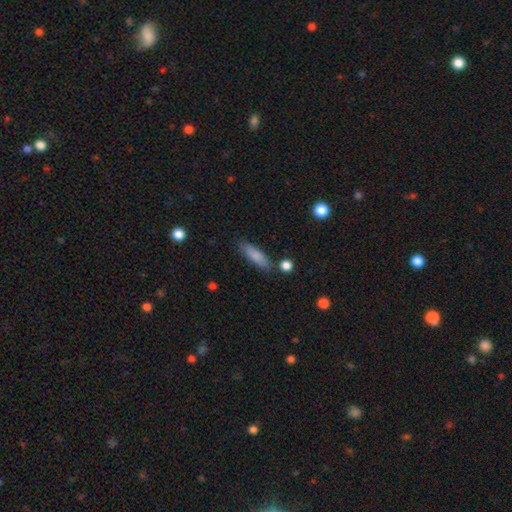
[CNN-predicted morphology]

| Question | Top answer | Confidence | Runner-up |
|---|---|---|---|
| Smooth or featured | smooth | 83% | featured or disk (10%) |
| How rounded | cigar-shaped | 53% | in between (45%) |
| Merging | none | 80% | minor disturbance (13%) |